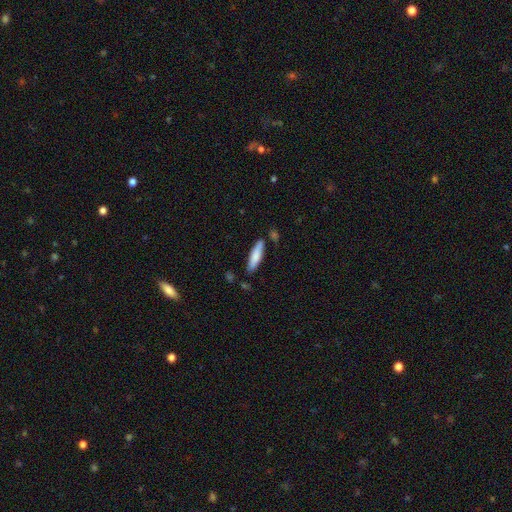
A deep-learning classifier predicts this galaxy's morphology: type=smooth (79%); roundness=cigar-shaped (72%); merging=none (81%).